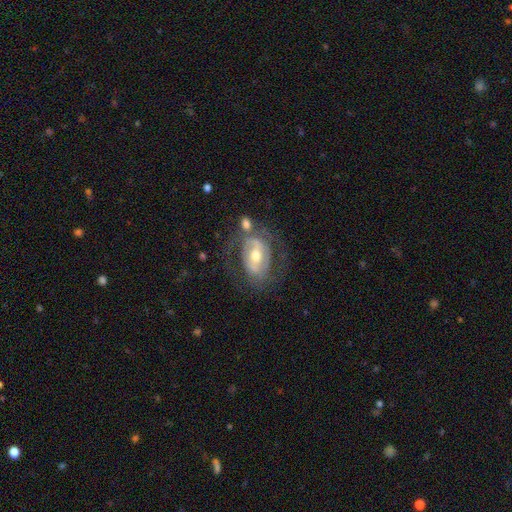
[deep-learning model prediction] Q: Smooth or featured?
A: featured or disk (76%); runner-up: smooth (18%)
Q: Edge-on disk?
A: no (95%); runner-up: yes (5%)
Q: Bar?
A: strong (38%); tied with: weak (38%)
Q: Spiral arms?
A: yes (71%); runner-up: no (29%)
Q: Spiral winding?
A: medium (42%); runner-up: tight (37%)
Q: Spiral arm count?
A: 2 (67%); runner-up: can't tell (20%)
Q: Bulge size?
A: moderate (69%); runner-up: small (24%)
Q: Merging?
A: none (56%); runner-up: minor disturbance (18%)